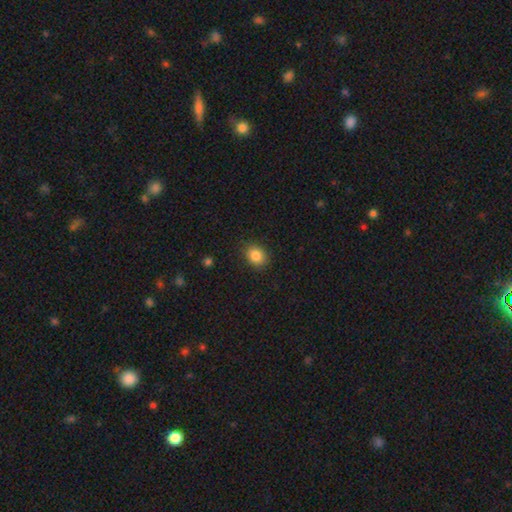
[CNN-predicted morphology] A smooth galaxy with no disk features (85%) that is in between round and cigar-shaped (51%). Merging: none (87%).